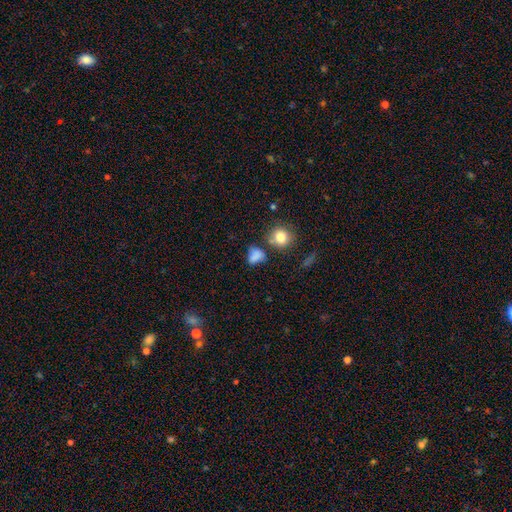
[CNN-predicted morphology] smooth_or_featured: smooth (p=0.78) [alt: star or artifact p=0.14]
how_rounded: in between (p=0.61) [alt: round p=0.37]
merging: none (p=0.50) [alt: minor disturbance p=0.25]